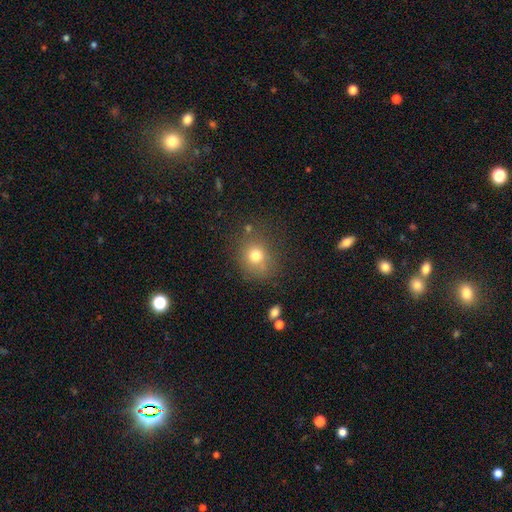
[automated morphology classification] Q: Smooth or featured?
A: smooth (75%); runner-up: star or artifact (14%)
Q: How rounded?
A: round (74%); runner-up: in between (25%)
Q: Merging?
A: none (72%); runner-up: minor disturbance (17%)